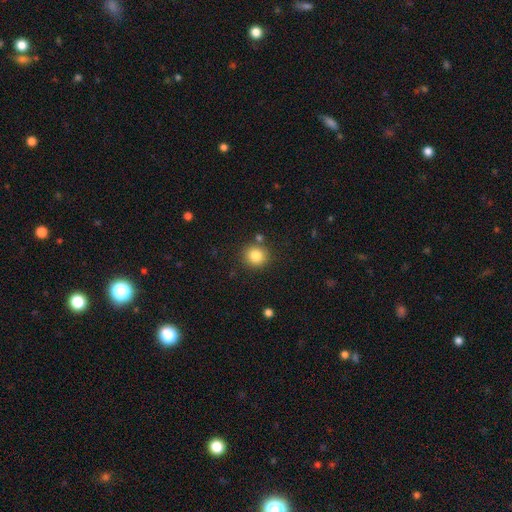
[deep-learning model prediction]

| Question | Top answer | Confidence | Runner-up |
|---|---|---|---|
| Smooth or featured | smooth | 84% | star or artifact (10%) |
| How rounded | round | 88% | in between (11%) |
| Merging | none | 83% | minor disturbance (8%) |